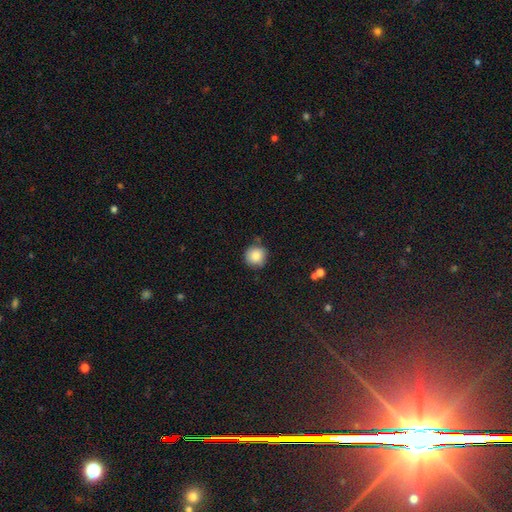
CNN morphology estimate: smooth 85%, star or artifact 9%, featured or disk 6%. Down the decision tree: how rounded — round (94%); merging — none (80%).